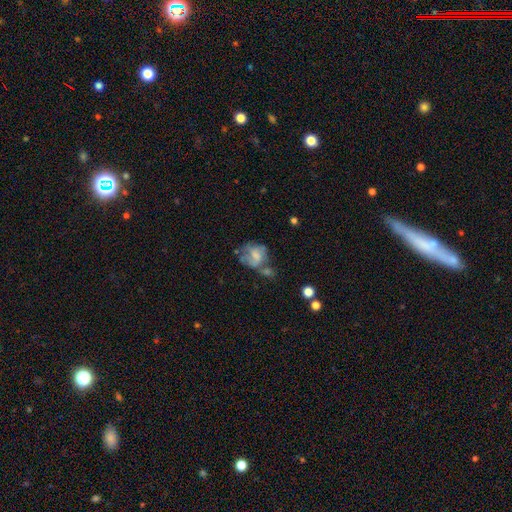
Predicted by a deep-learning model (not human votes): A featured or disk galaxy (45%, tied with smooth). Merging: none (28%).